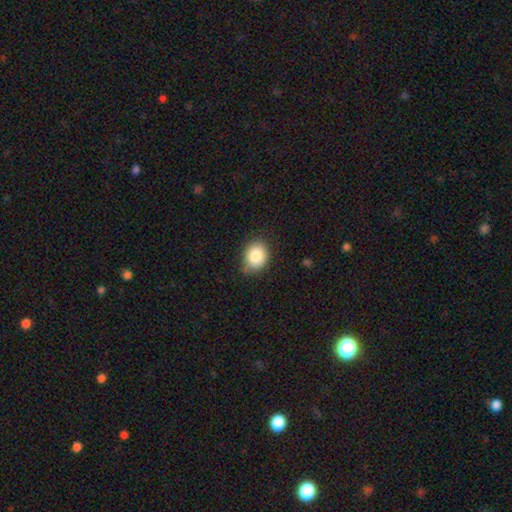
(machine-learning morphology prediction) Overall: smooth (85%). How rounded: round (55%; in between 44%). Merging: none (77%).